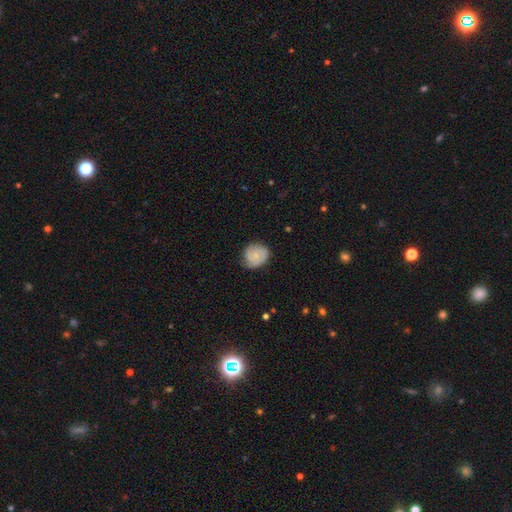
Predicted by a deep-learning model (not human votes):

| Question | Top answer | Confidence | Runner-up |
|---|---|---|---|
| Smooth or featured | smooth | 50% | featured or disk (43%) |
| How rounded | round | 74% | in between (25%) |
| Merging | none | 71% | minor disturbance (23%) |